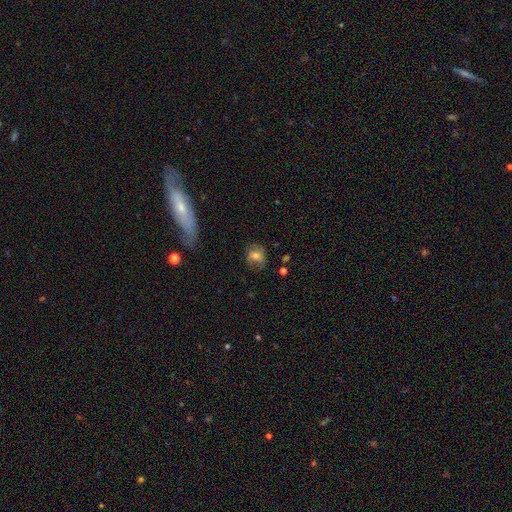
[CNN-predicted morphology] type=smooth (62%); roundness=round (62%); merging=none (68%).